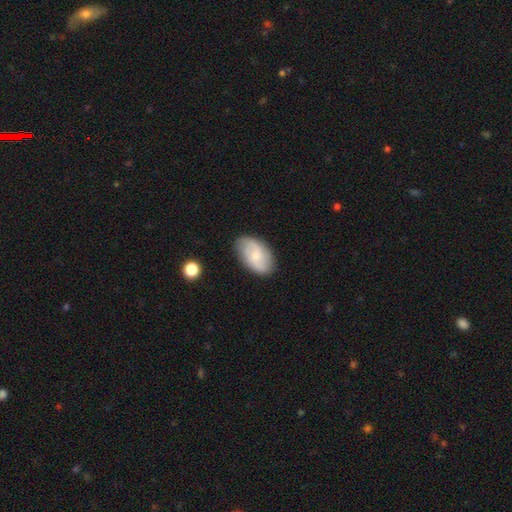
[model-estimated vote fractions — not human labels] This appears to be a smooth galaxy with no disk features (50%) that is in between round and cigar-shaped (91%). Merging: none (82%).